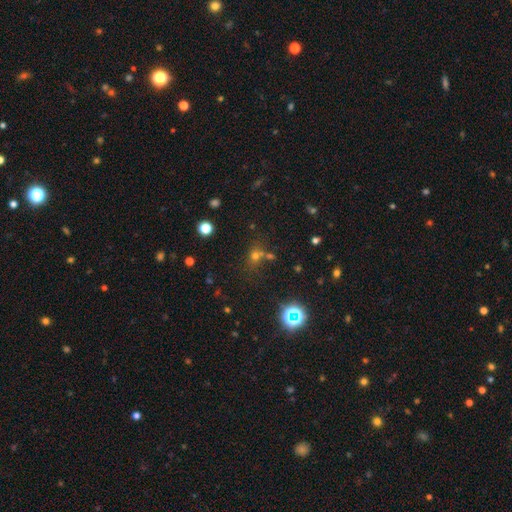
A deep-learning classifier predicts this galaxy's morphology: Smooth or featured? Predicted: smooth (p=0.50). How rounded? Predicted: round (p=0.74). Merging? Predicted: none (p=0.59).